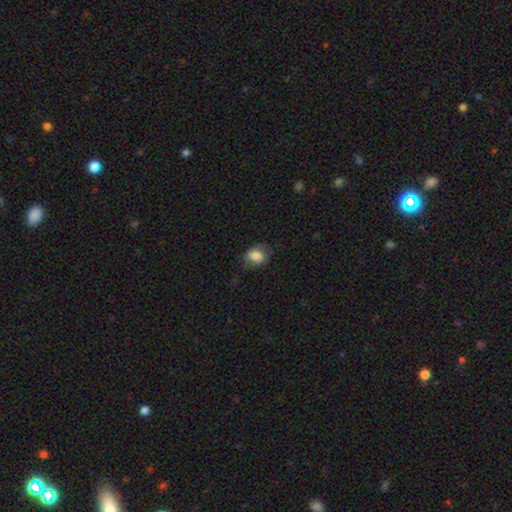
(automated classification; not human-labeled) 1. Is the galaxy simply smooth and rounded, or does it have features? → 77% smooth, 15% featured or disk, 8% star or artifact.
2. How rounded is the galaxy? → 64% in between, 35% round, 1% cigar-shaped.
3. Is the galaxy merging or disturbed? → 66% none, 24% minor disturbance, 9% major disturbance, 1% merger.